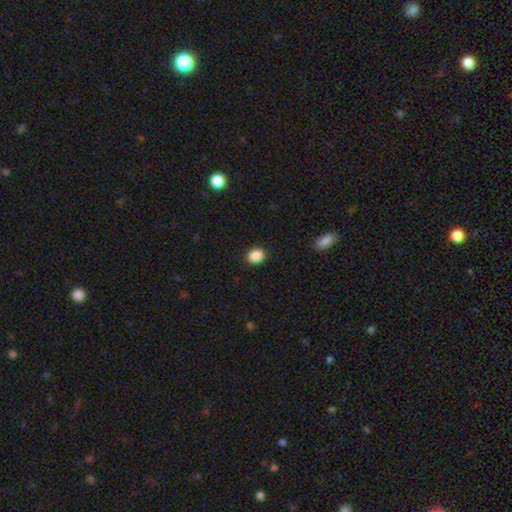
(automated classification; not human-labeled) Smooth or featured? smooth (88%)
How rounded? round (57%)
Merging? none (91%)